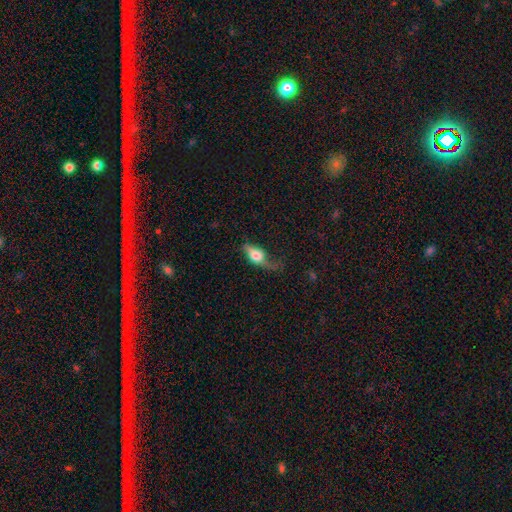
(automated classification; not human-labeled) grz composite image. It shows a smooth galaxy with no disk features (52%) that is in between round and cigar-shaped (74%). Merging: major disturbance (39%).